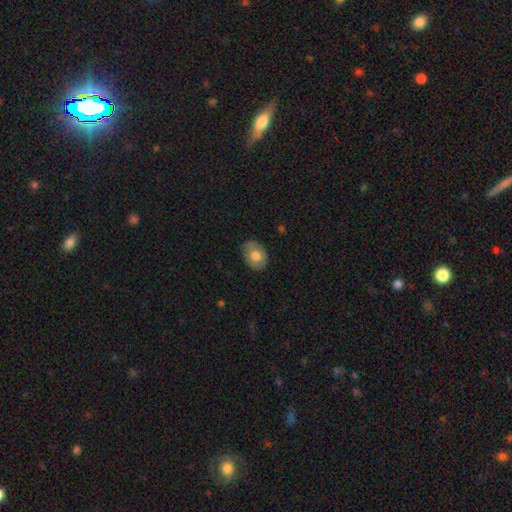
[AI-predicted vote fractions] Smooth or featured: smooth — 70% (featured or disk — 23%)
How rounded: in between — 62% (round — 37%)
Merging: none — 80% (minor disturbance — 15%)